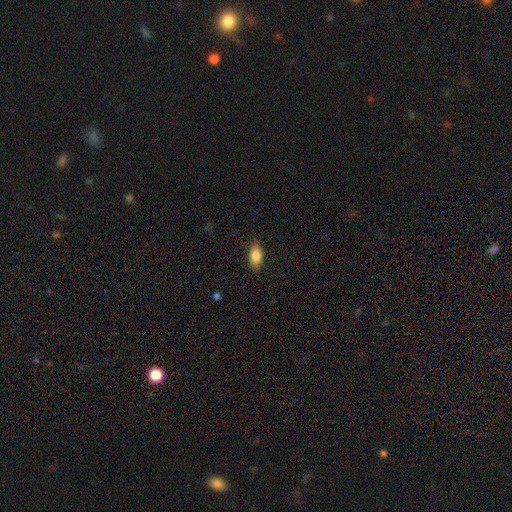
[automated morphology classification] Smooth or featured: smooth — 80% (featured or disk — 13%)
How rounded: in between — 87% (cigar-shaped — 8%)
Merging: none — 85% (minor disturbance — 12%)